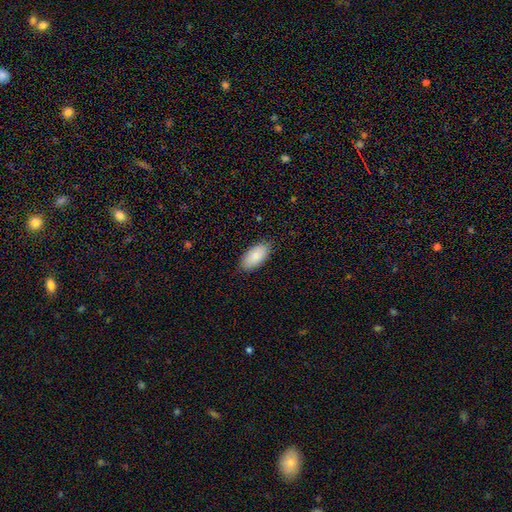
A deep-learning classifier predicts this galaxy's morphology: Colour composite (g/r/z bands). It shows a smooth galaxy with no disk features (88%) that is in between round and cigar-shaped (94%). Merging: none (85%).